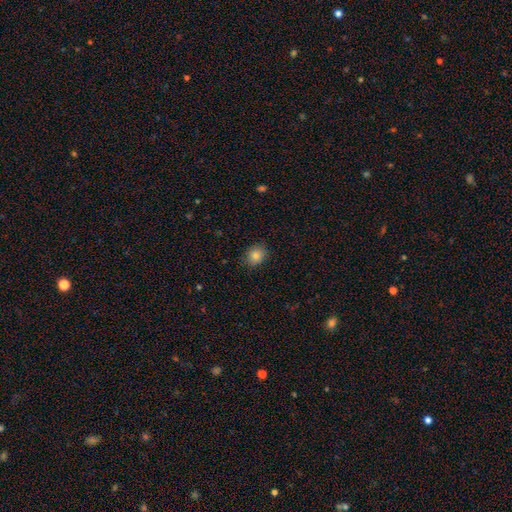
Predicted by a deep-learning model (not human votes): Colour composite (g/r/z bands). It shows a smooth galaxy with no disk features (84%) that is round (56%). Merging: none (87%).